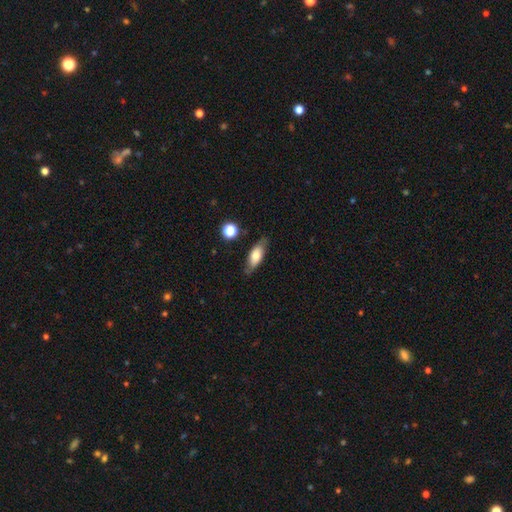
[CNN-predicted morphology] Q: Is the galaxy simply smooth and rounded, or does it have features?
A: smooth — 66%.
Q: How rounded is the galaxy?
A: in between — 72%.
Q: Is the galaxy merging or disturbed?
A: none — 77%.